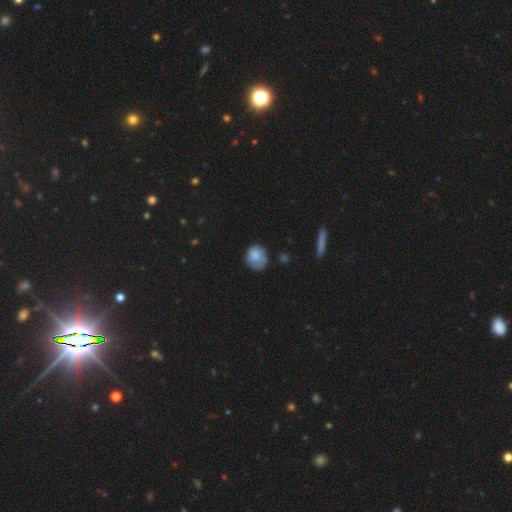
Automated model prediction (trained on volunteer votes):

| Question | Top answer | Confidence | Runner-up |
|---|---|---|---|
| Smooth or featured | smooth | 75% | featured or disk (17%) |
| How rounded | round | 72% | in between (27%) |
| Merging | none | 55% | minor disturbance (30%) |